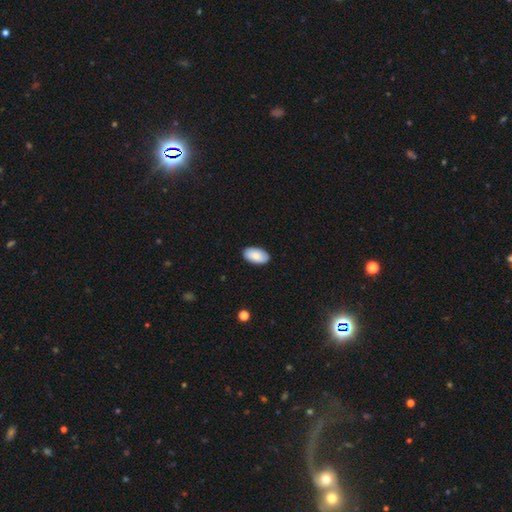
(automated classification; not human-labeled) The model was most divided on "smooth or featured": smooth: 81%, featured or disk: 13%, star or artifact: 6%. More confident: how rounded — in between (95%); merging — none (88%).